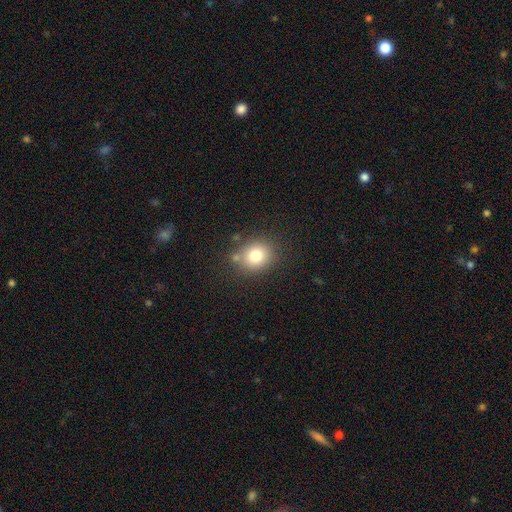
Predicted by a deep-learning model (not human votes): Smooth or featured? Predicted: smooth (p=0.78). How rounded? Predicted: round (p=0.73). Merging? Predicted: none (p=0.77).